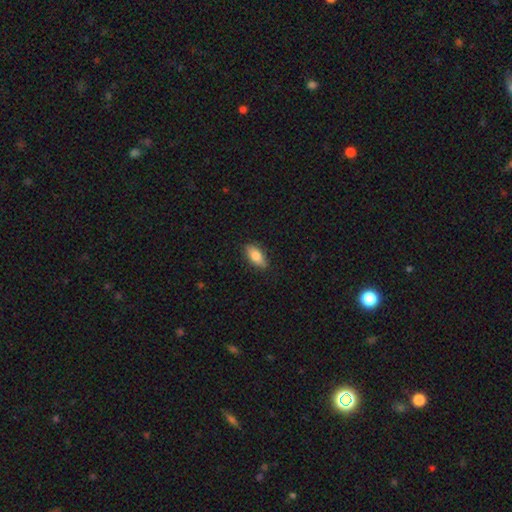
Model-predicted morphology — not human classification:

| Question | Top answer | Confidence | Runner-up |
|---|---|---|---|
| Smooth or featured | smooth | 80% | featured or disk (13%) |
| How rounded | in between | 84% | cigar-shaped (13%) |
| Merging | none | 84% | minor disturbance (12%) |